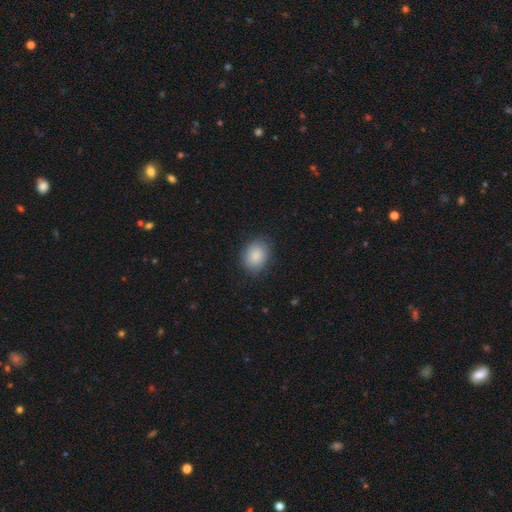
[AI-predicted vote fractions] Morphology: type=smooth (86%); roundness=in between (58%); merging=none (79%).